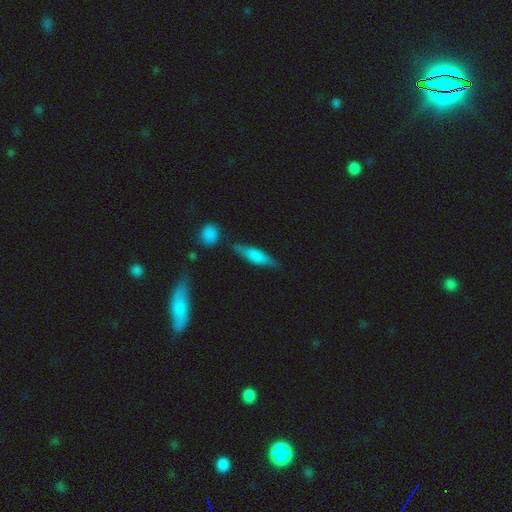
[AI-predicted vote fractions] Overall: smooth (66%; featured or disk 28%). How rounded: cigar-shaped (61%; in between 36%). Merging: none (70%).